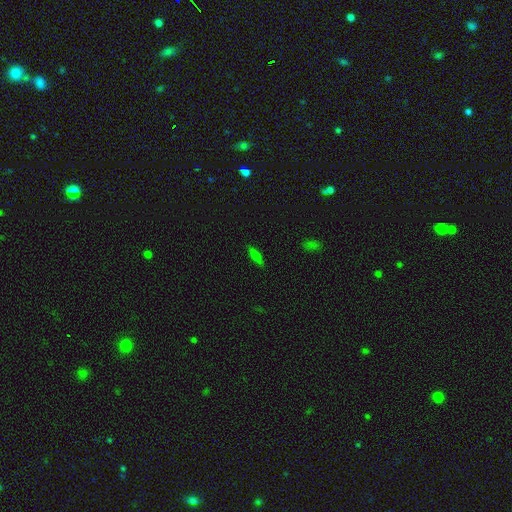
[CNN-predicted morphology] Smooth or featured: smooth — 59% (featured or disk — 26%)
How rounded: cigar-shaped — 59% (in between — 38%)
Merging: none — 87% (minor disturbance — 10%)